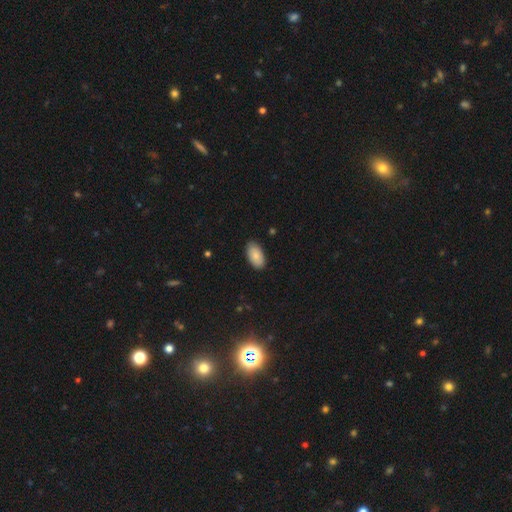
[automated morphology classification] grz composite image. It shows a smooth galaxy with no disk features (83%) that is in between round and cigar-shaped (96%). Merging: none (87%).